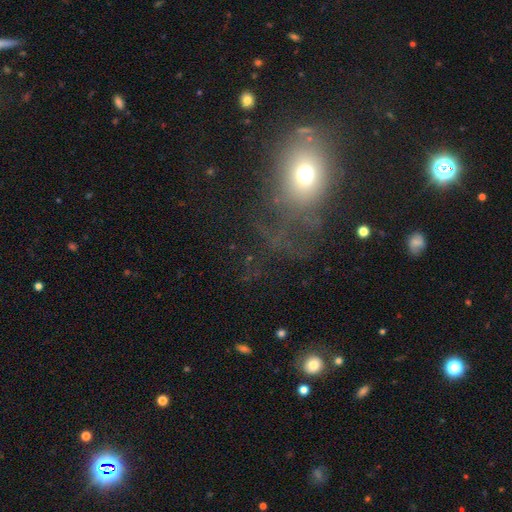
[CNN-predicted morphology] A smooth galaxy with no disk features (47%).

Vote fractions:
- Smooth or featured? smooth: 47% / featured or disk: 27% / star or artifact: 26%
- Merging? none: 52% / major disturbance: 24% / minor disturbance: 21% / merger: 4%